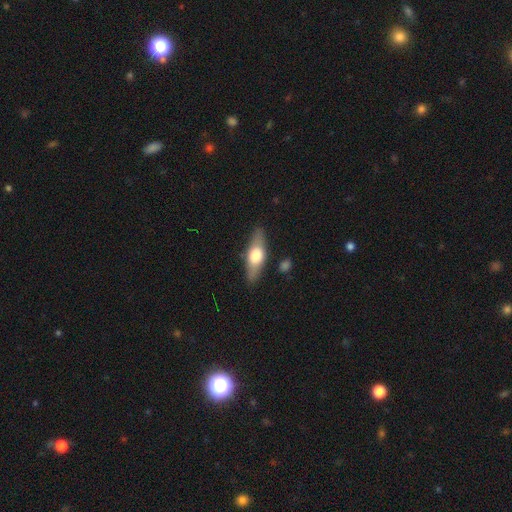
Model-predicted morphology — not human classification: Smooth or featured?
  - smooth: 49% *
  - featured or disk: 46%
  - star or artifact: 6%
Merging?
  - none: 85% *
  - minor disturbance: 11%
  - major disturbance: 3%
  - merger: 2%